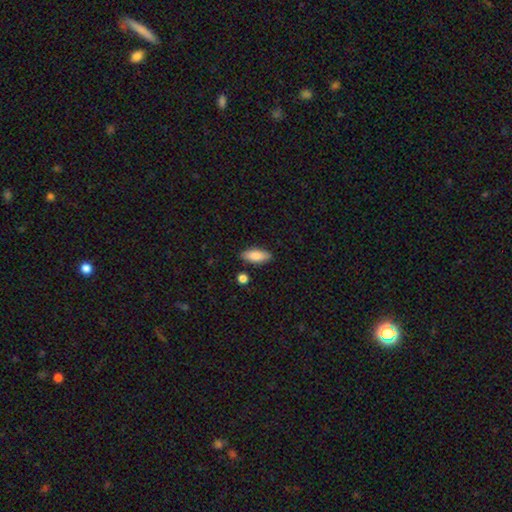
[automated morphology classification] Smooth or featured?
  - smooth: 85% *
  - featured or disk: 9%
  - star or artifact: 6%
How rounded?
  - in between: 80% *
  - cigar-shaped: 18%
  - round: 2%
Merging?
  - none: 85% *
  - minor disturbance: 10%
  - merger: 3%
  - major disturbance: 2%